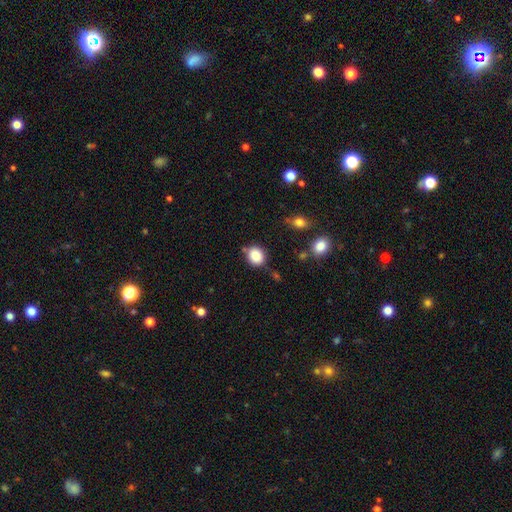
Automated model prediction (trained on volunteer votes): Smooth or featured? smooth (84%)
How rounded? round (66%)
Merging? none (78%)